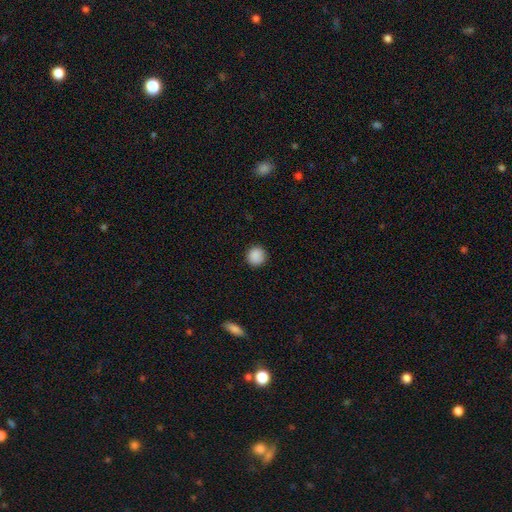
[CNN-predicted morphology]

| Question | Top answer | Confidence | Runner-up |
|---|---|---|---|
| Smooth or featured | smooth | 89% | star or artifact (9%) |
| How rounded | round | 93% | in between (6%) |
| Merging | none | 91% | minor disturbance (6%) |